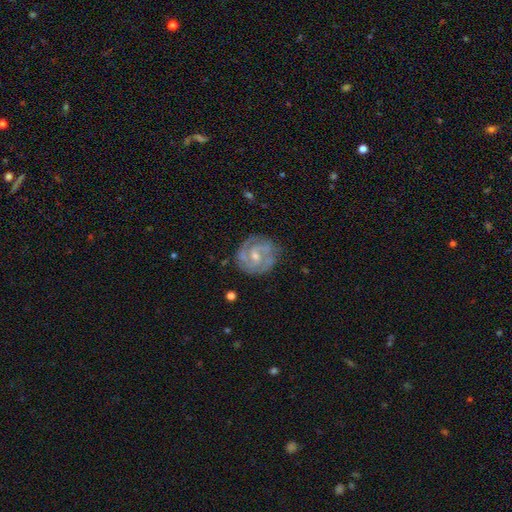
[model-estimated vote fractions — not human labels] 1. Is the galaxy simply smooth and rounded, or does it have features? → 86% featured or disk, 9% smooth, 5% star or artifact.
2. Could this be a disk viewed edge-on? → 98% no, 2% yes.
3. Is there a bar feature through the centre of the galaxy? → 49% no, 42% weak, 9% strong.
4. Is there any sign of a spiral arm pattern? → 96% yes, 4% no.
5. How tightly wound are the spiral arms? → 55% tight, 38% medium, 7% loose.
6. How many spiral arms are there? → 57% 2, 21% 3, 12% can't tell, 4% 4, 3% 1, 3% more than 4.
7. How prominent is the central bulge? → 54% small, 42% moderate, 2% none, 1% large, 1% dominant.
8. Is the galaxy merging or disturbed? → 77% none, 17% minor disturbance, 5% major disturbance, 1% merger.